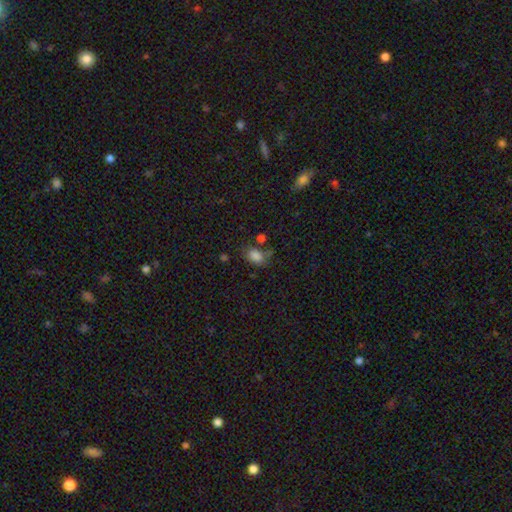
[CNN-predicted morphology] smooth_or_featured: smooth (p=0.82) [alt: star or artifact p=0.11]
how_rounded: in between (p=0.78) [alt: round p=0.21]
merging: none (p=0.55) [alt: minor disturbance p=0.23]